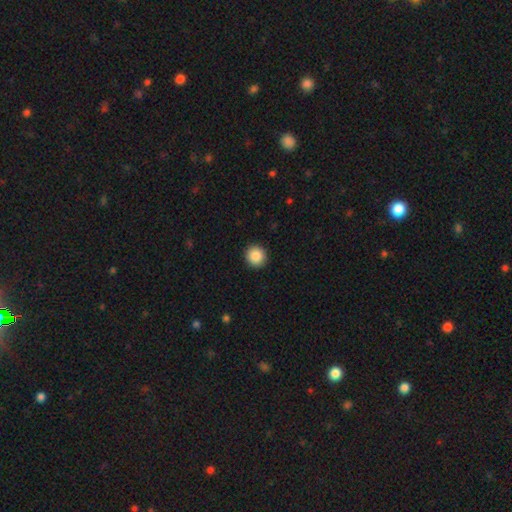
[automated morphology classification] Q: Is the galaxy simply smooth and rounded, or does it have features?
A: smooth — 88%.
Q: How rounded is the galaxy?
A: round — 94%.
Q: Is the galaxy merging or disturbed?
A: none — 93%.